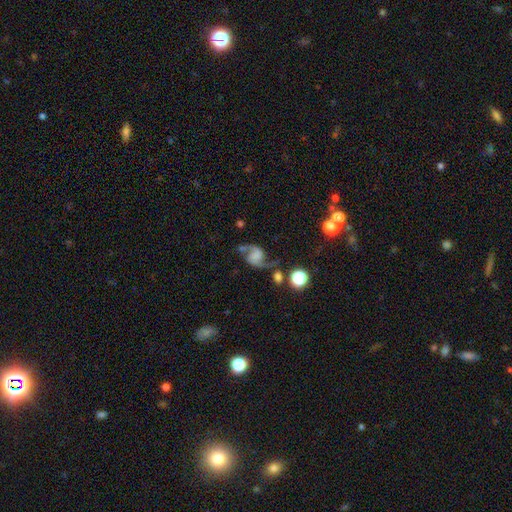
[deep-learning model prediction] Smooth or featured?
  - featured or disk: 84% *
  - smooth: 8%
  - star or artifact: 8%
Edge-on disk?
  - no: 98% *
  - yes: 2%
Bar?
  - no: 59% *
  - weak: 31%
  - strong: 11%
Spiral arms?
  - yes: 96% *
  - no: 4%
Spiral winding?
  - loose: 65% *
  - medium: 29%
  - tight: 6%
Spiral arm count?
  - 2: 94% *
  - 1: 2%
  - can't tell: 2%
  - 3: 1%
  - 4: 1%
  - more than 4: 1%
Bulge size?
  - none: 60% *
  - small: 14%
  - large: 11%
  - moderate: 11%
  - dominant: 4%
Merging?
  - none: 61% *
  - minor disturbance: 18%
  - major disturbance: 12%
  - merger: 8%